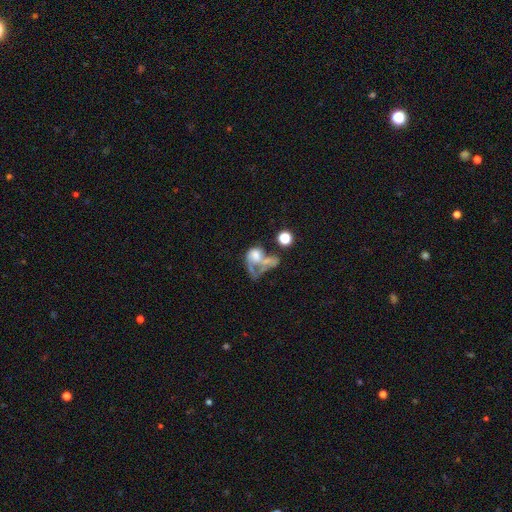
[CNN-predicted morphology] type=featured or disk (51%); edge-on=no (97%); merging=merger (44%).